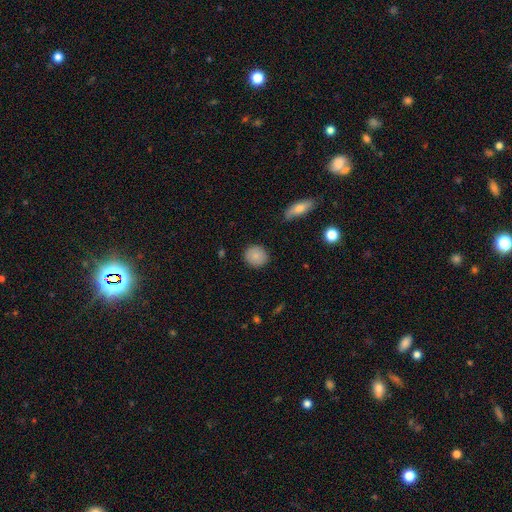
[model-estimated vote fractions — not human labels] Smooth or featured? Predicted: smooth (p=0.84). How rounded? Predicted: round (p=0.84). Merging? Predicted: none (p=0.87).